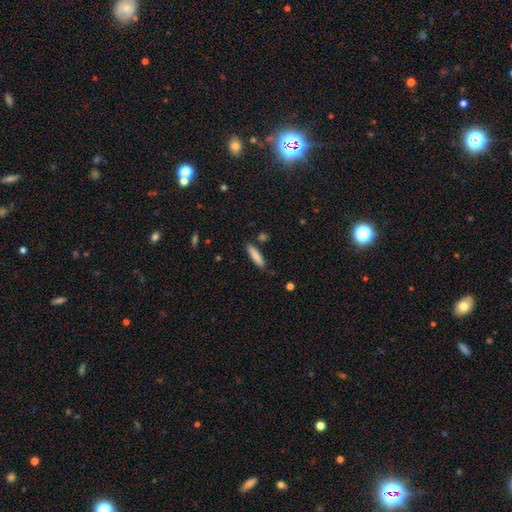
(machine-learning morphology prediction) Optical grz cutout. It shows a smooth galaxy with no disk features (83%) that is cigar-shaped (79%). Merging: none (84%).